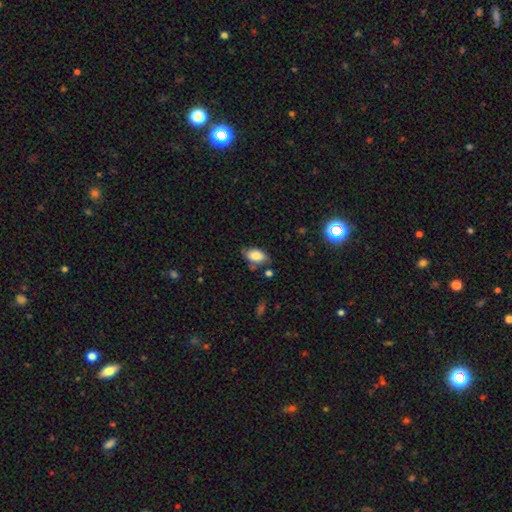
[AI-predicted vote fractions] The model was most divided on "merging": none: 64%, minor disturbance: 25%, major disturbance: 6%, merger: 6%. More confident: how rounded — in between (92%); smooth or featured — smooth (79%).